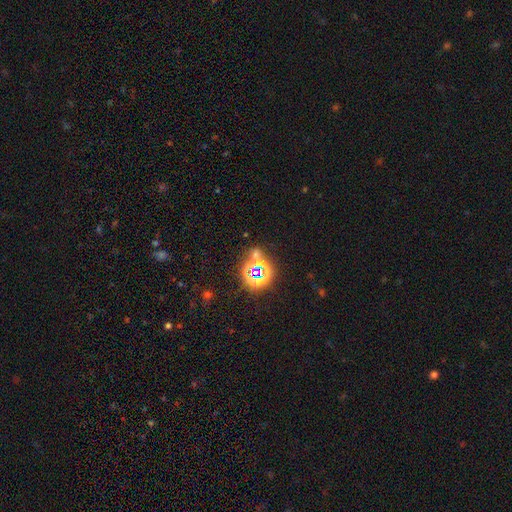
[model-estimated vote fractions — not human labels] star or artifact 67%, smooth 24%, featured or disk 8%.